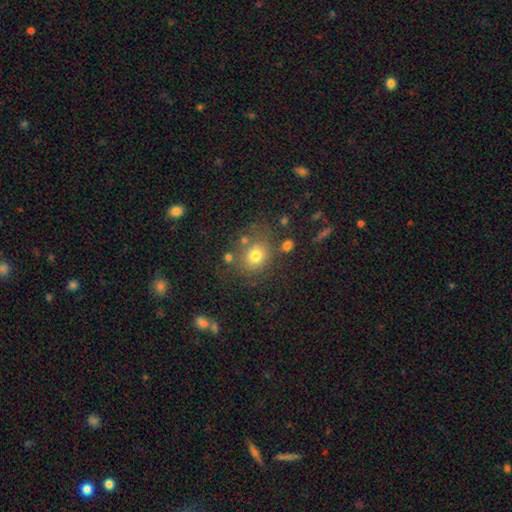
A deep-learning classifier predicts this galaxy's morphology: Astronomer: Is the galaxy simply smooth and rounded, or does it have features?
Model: smooth — 74%.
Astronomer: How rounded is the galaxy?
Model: round — 71%.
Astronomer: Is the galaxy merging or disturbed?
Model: none — 67%.